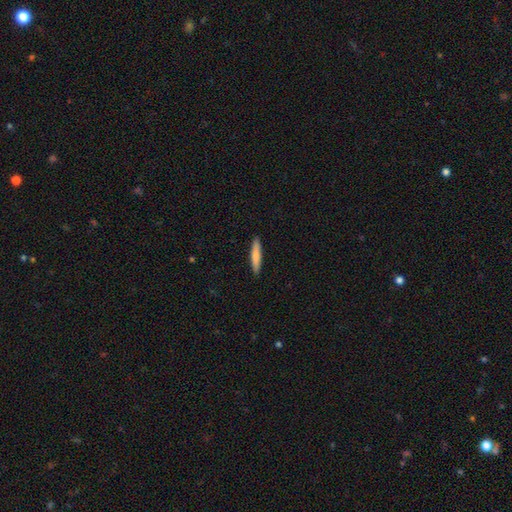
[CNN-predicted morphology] This is likely a smooth galaxy (77%). How rounded: clearly cigar-shaped (89%). Merging: clearly none (91%).